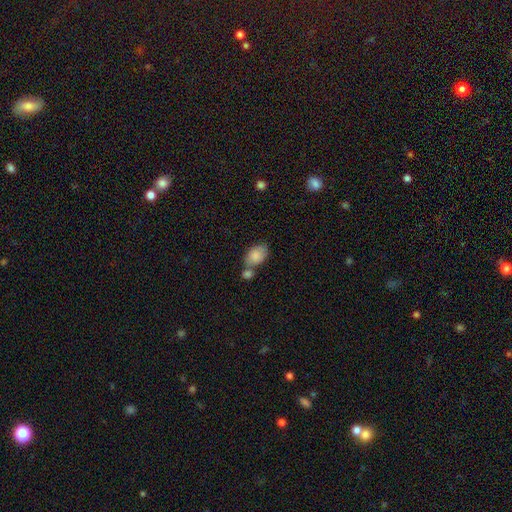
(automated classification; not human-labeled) Q: Smooth or featured?
A: smooth (84%); runner-up: featured or disk (9%)
Q: How rounded?
A: in between (88%); runner-up: round (11%)
Q: Merging?
A: none (40%); tied with: merger (40%)